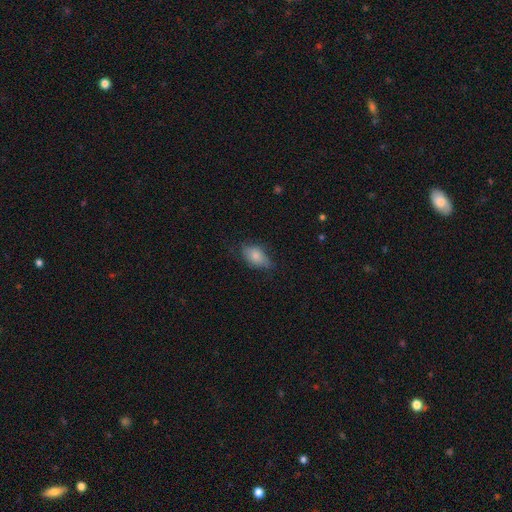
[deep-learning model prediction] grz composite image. It shows a smooth galaxy with no disk features (79%) that is in between round and cigar-shaped (88%). Merging: none (61%).